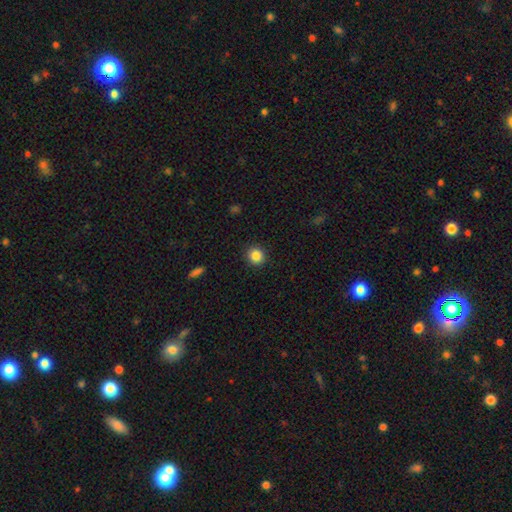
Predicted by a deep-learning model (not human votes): This is clearly a smooth galaxy (85%). How rounded: clearly round (91%). Merging: clearly none (91%).